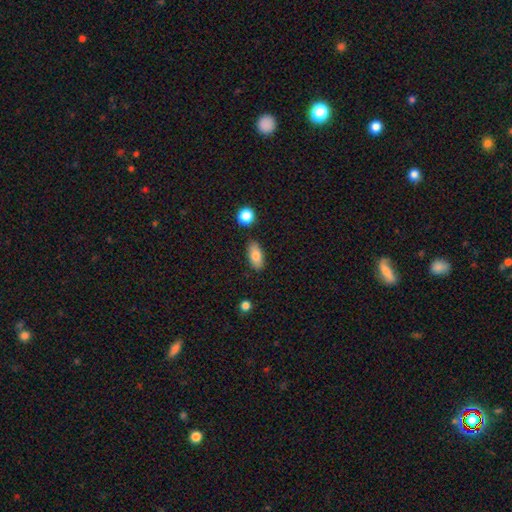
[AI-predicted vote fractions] Smooth or featured? Predicted: smooth (p=0.81). How rounded? Predicted: in between (p=0.87). Merging? Predicted: none (p=0.85).